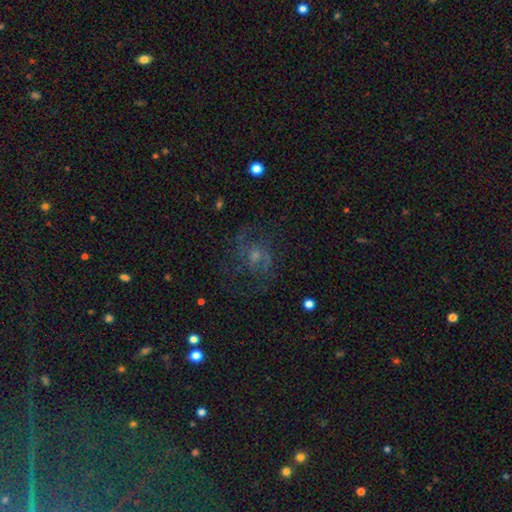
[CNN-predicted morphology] Smooth or featured? Predicted: featured or disk (p=0.61). Edge-on disk? Predicted: no (p=0.97). Bar? Predicted: no (p=0.68). Spiral arms? Predicted: yes (p=0.77). Bulge size? Predicted: small (p=0.50). Merging? Predicted: none (p=0.61).